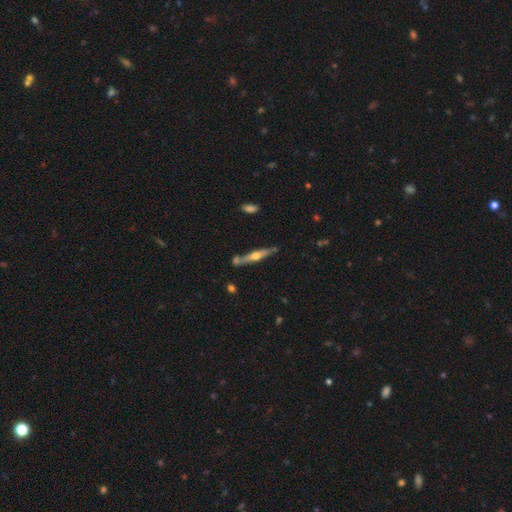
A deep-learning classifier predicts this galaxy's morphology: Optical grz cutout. It shows a featured or disk galaxy (63%) viewed edge-on (95%) with a rounded central bulge (91%). Merging: none (72%).